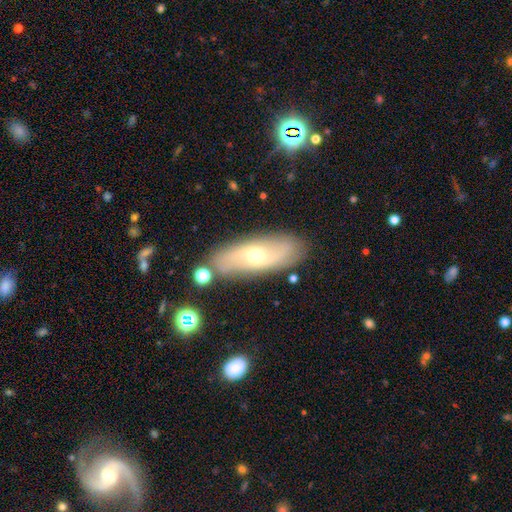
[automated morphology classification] Q: Smooth or featured?
A: featured or disk (64%); runner-up: smooth (28%)
Q: Edge-on disk?
A: no (83%); runner-up: yes (17%)
Q: Bar?
A: no (57%); runner-up: weak (33%)
Q: Spiral arms?
A: yes (78%); runner-up: no (22%)
Q: Bulge size?
A: moderate (49%); runner-up: small (46%)
Q: Merging?
A: none (83%); runner-up: minor disturbance (11%)